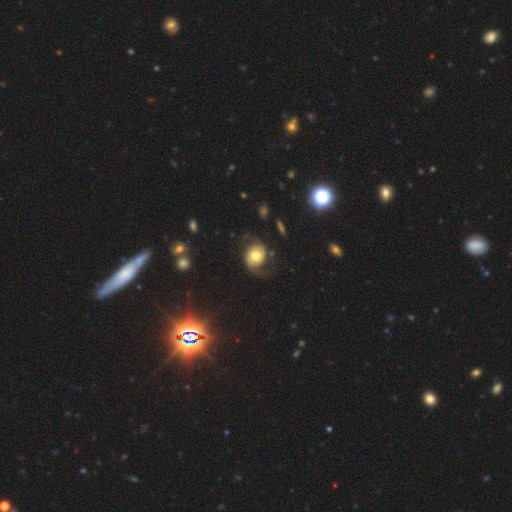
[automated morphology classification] A featured or disk galaxy (65%) with no bar (68%), 2 (89%) loose (51%) spiral arms (89%) and a moderate central bulge (64%). Merging: none (65%).